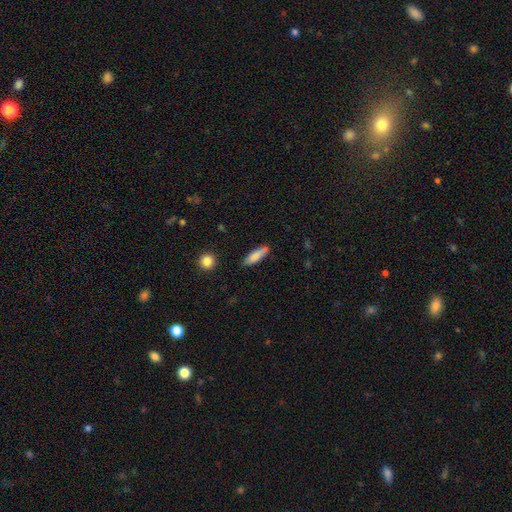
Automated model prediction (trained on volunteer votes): This is clearly a smooth galaxy (81%). How rounded: likely cigar-shaped (65%). Merging: clearly none (80%).